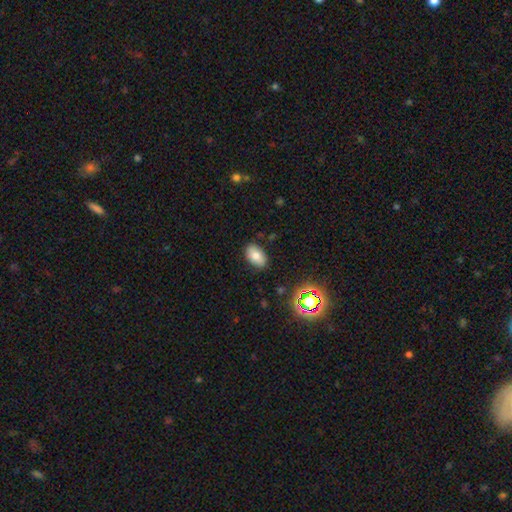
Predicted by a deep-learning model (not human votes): Overall: smooth (76%). How rounded: in between (90%). Merging: none (84%).